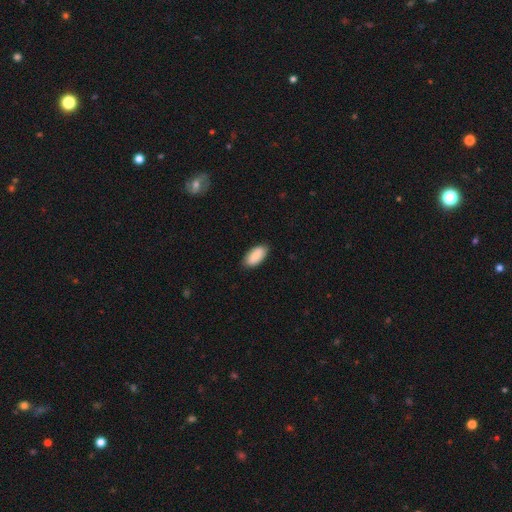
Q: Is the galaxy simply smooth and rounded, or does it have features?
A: smooth — 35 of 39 (90%).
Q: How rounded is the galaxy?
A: in between — 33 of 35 (94%).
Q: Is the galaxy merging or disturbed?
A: none — 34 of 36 (94%).